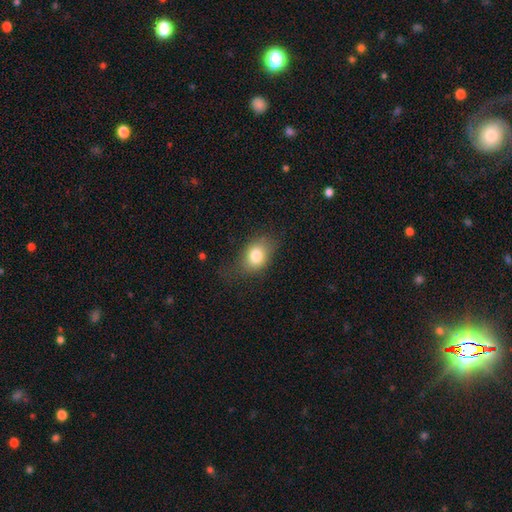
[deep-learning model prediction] Smooth or featured? Predicted: smooth (p=0.79). How rounded? Predicted: in between (p=0.64). Merging? Predicted: none (p=0.63).